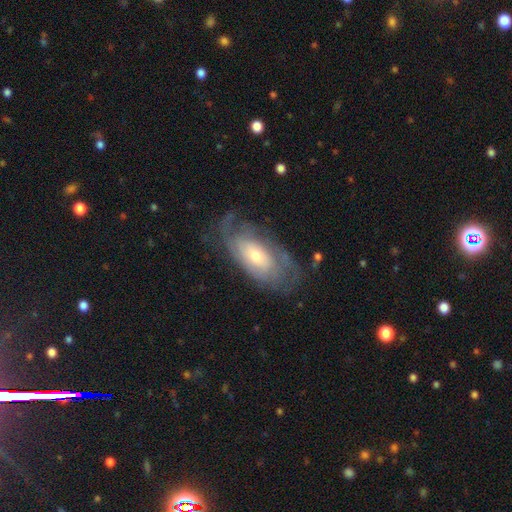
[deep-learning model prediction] Smooth or featured?
  - featured or disk: 73% *
  - smooth: 21%
  - star or artifact: 6%
Edge-on disk?
  - no: 92% *
  - yes: 8%
Bar?
  - no: 69% *
  - weak: 25%
  - strong: 6%
Spiral arms?
  - yes: 84% *
  - no: 16%
Spiral winding?
  - tight: 56% *
  - medium: 30%
  - loose: 14%
Spiral arm count?
  - can't tell: 49% *
  - 2: 28%
  - 3: 9%
  - 1: 7%
  - 4: 5%
  - more than 4: 3%
Bulge size?
  - moderate: 50% *
  - small: 42%
  - large: 5%
  - none: 1%
  - dominant: 1%
Merging?
  - none: 62% *
  - minor disturbance: 22%
  - major disturbance: 15%
  - merger: 2%